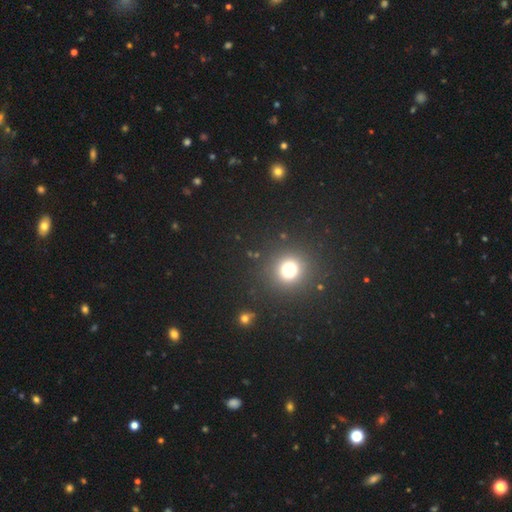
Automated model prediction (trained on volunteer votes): A smooth galaxy with no disk features (53%) that is round (95%). Merging: none (92%).